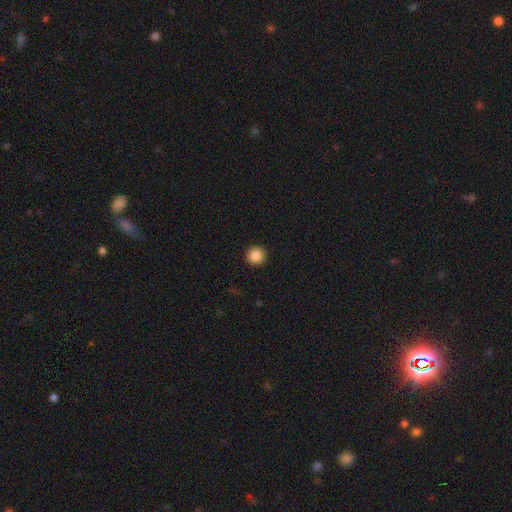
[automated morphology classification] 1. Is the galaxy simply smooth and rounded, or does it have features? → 86% smooth, 9% star or artifact, 4% featured or disk.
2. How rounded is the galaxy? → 95% round, 4% in between, 1% cigar-shaped.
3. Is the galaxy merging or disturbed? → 93% none, 4% minor disturbance, 1% major disturbance, 1% merger.